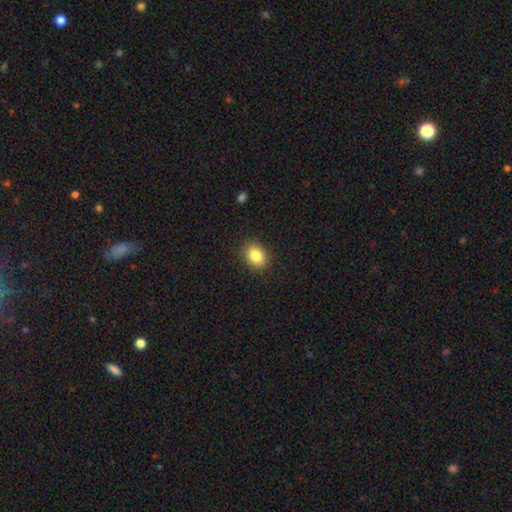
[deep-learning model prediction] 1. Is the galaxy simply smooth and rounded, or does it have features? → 84% smooth, 9% star or artifact, 7% featured or disk.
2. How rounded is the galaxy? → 57% in between, 42% round, 1% cigar-shaped.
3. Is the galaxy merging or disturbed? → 88% none, 9% minor disturbance, 2% major disturbance, 1% merger.